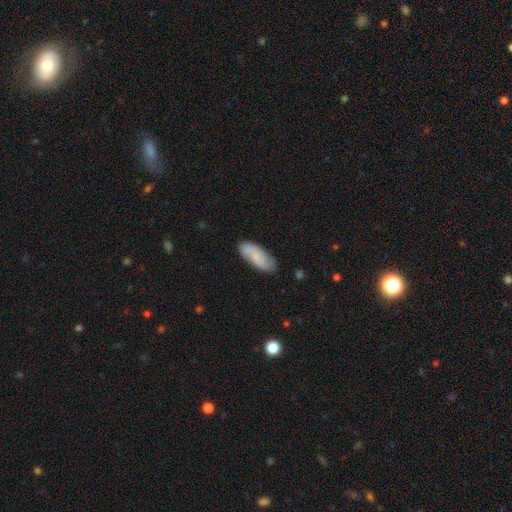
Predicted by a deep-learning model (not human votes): smooth 63%, featured or disk 30%, star or artifact 7%. Down the decision tree: how rounded — in between (76%); merging — none (78%).